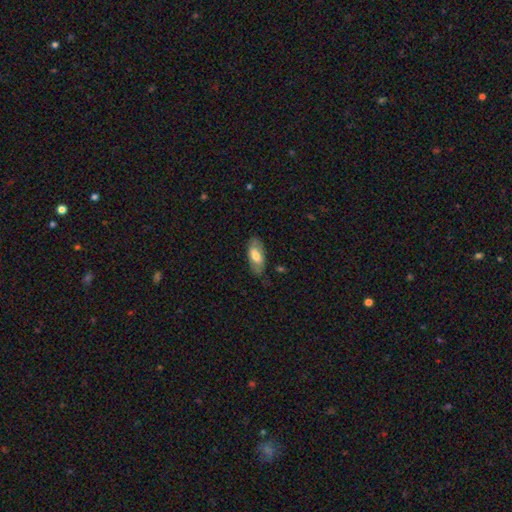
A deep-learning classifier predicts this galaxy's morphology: smooth-or-featured: smooth: 63% | featured or disk: 31% | star or artifact: 6%
  how-rounded: in between: 87% | cigar-shaped: 10% | round: 3%
  merging: none: 71% | minor disturbance: 21% | major disturbance: 6% | merger: 2%